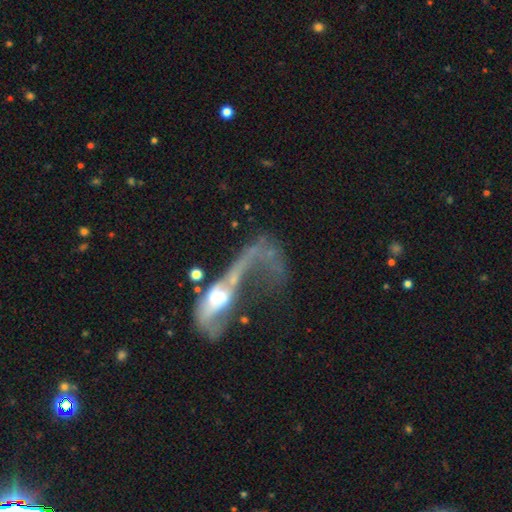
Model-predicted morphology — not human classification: Q: Smooth or featured?
A: featured or disk (64%); runner-up: smooth (25%)
Q: Edge-on disk?
A: no (86%); runner-up: yes (14%)
Q: Bar?
A: no (72%); runner-up: weak (20%)
Q: Spiral arms?
A: no (51%); runner-up: yes (49%)
Q: Bulge size?
A: moderate (52%); runner-up: small (28%)
Q: Merging?
A: major disturbance (60%); runner-up: merger (19%)